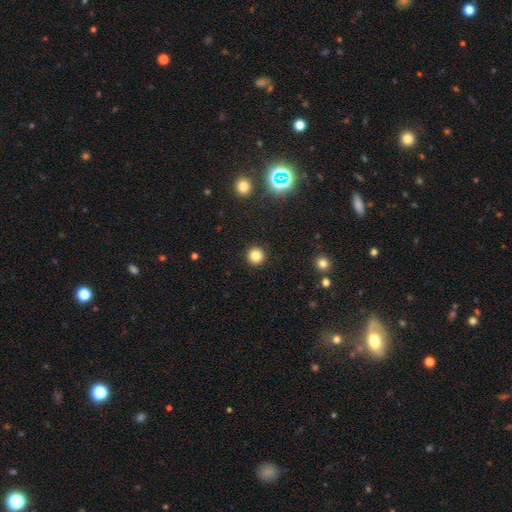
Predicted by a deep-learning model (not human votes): Smooth or featured? Predicted: smooth (p=0.82). How rounded? Predicted: round (p=0.95). Merging? Predicted: none (p=0.93).